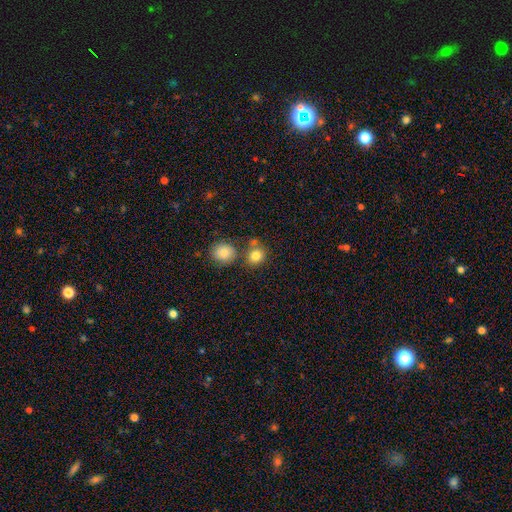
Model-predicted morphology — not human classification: Smooth or featured?
  - smooth: 82% *
  - star or artifact: 11%
  - featured or disk: 7%
How rounded?
  - round: 79% *
  - in between: 20%
  - cigar-shaped: 1%
Merging?
  - none: 62% *
  - merger: 24%
  - minor disturbance: 10%
  - major disturbance: 4%